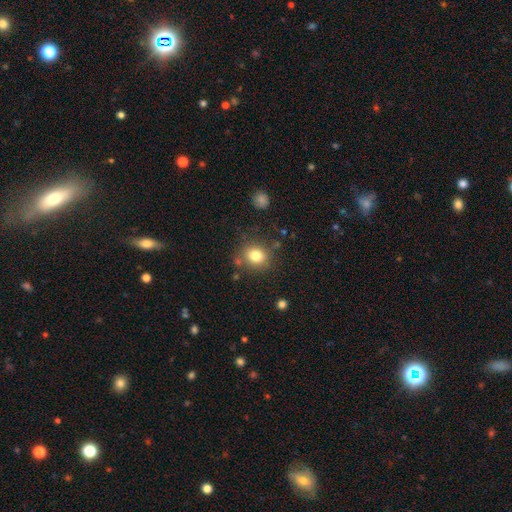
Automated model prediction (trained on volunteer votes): Morphology: type=smooth (80%); roundness=round (70%); merging=none (78%).